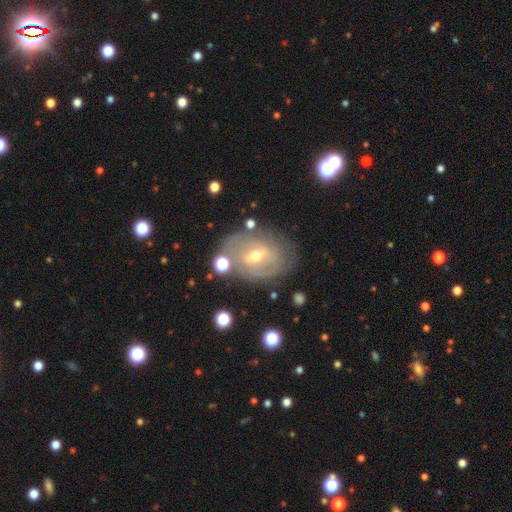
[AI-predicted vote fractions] A featured or disk galaxy (72%) with a weak bar (49%), spiral arms (64%) and a moderate central bulge (49%).

Vote fractions:
- Smooth or featured? featured or disk: 72% / smooth: 20% / star or artifact: 8%
- Edge-on disk? no: 94% / yes: 6%
- Bar? weak: 49% / strong: 27% / no: 24%
- Spiral arms? yes: 64% / no: 36%
- Bulge size? moderate: 49% / small: 47% / large: 2% / none: 1% / dominant: 1%
- Merging? none: 71% / minor disturbance: 18% / major disturbance: 7% / merger: 4%